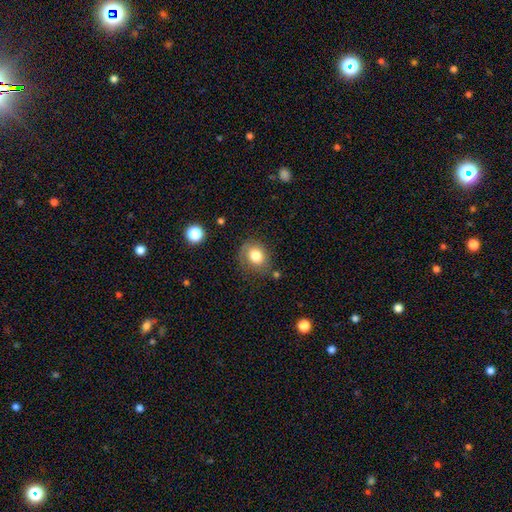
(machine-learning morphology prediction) Smooth or featured: smooth — 77% (featured or disk — 14%)
How rounded: round — 63% (in between — 36%)
Merging: none — 67% (minor disturbance — 22%)